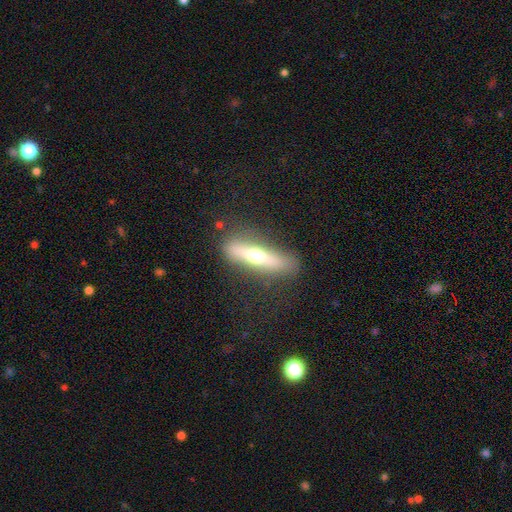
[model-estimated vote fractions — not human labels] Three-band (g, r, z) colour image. It shows a featured or disk galaxy (51%) viewed edge-on (84%). Merging: none (81%).